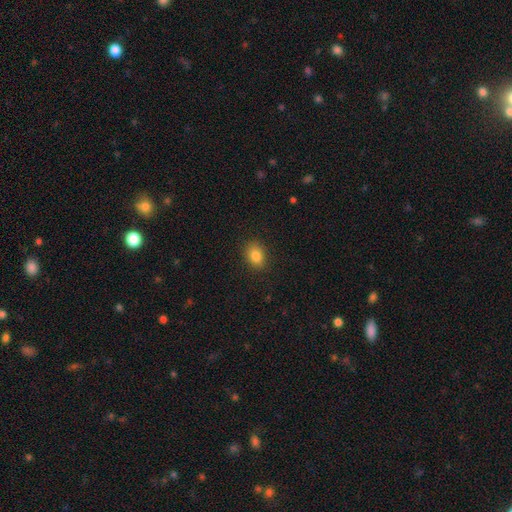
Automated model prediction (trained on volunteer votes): A smooth galaxy with no disk features (85%) that is in between round and cigar-shaped (67%).

Vote fractions:
- Smooth or featured? smooth: 85% / star or artifact: 10% / featured or disk: 5%
- How rounded? in between: 67% / round: 31% / cigar-shaped: 1%
- Merging? none: 87% / minor disturbance: 10% / major disturbance: 3% / merger: 1%